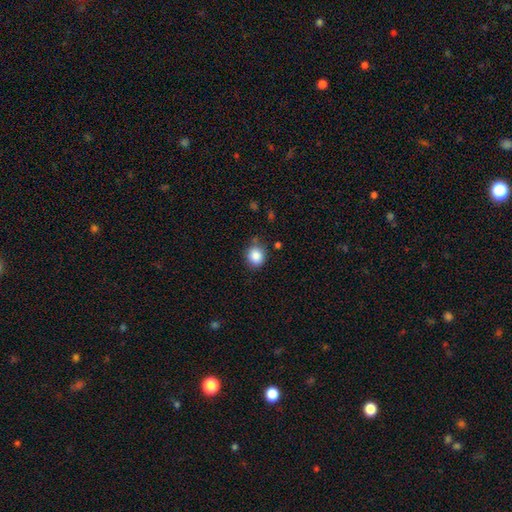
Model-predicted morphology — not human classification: Q: Smooth or featured?
A: smooth (86%); runner-up: star or artifact (9%)
Q: How rounded?
A: round (81%); runner-up: in between (18%)
Q: Merging?
A: none (80%); runner-up: minor disturbance (14%)